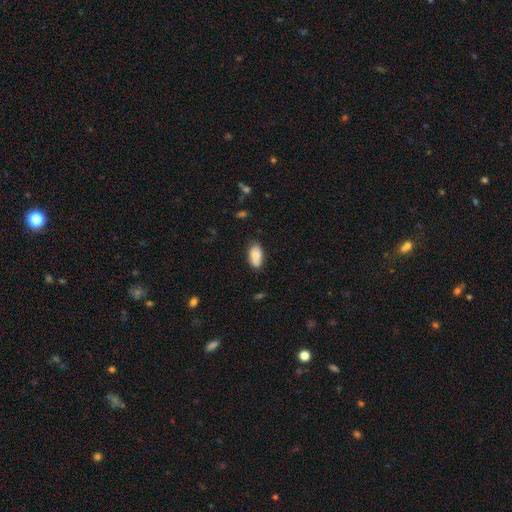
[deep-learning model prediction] Smooth or featured? Predicted: smooth (p=0.83). How rounded? Predicted: in between (p=0.93). Merging? Predicted: none (p=0.75).